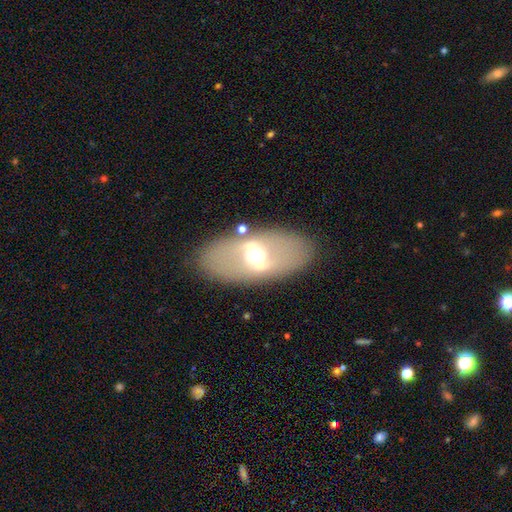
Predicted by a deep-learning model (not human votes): Smooth or featured: featured or disk — 62% (smooth — 31%)
Edge-on disk: no — 80% (yes — 20%)
Merging: none — 81% (minor disturbance — 10%)